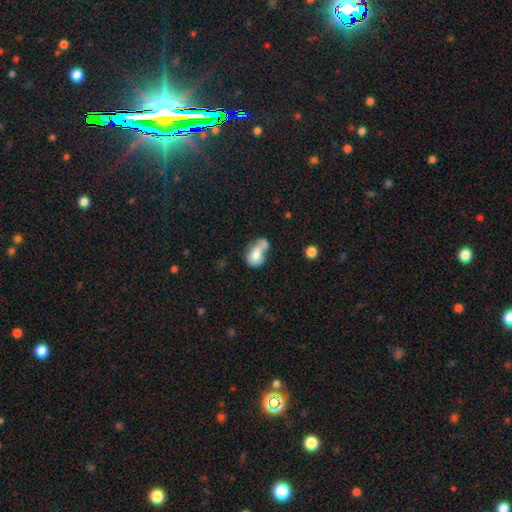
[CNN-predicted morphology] This is likely a smooth galaxy (69%). How rounded: likely in between (71%). Merging: possibly merger (56%).